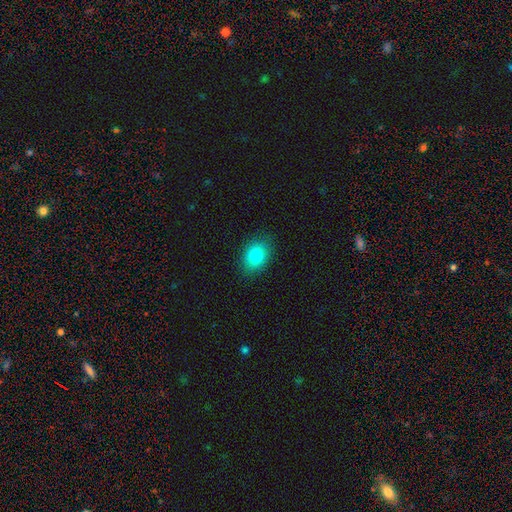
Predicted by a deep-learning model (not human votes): smooth-or-featured: smooth: 84% | star or artifact: 9% | featured or disk: 7%
  how-rounded: in between: 75% | round: 24% | cigar-shaped: 1%
  merging: none: 86% | minor disturbance: 10% | major disturbance: 3% | merger: 1%